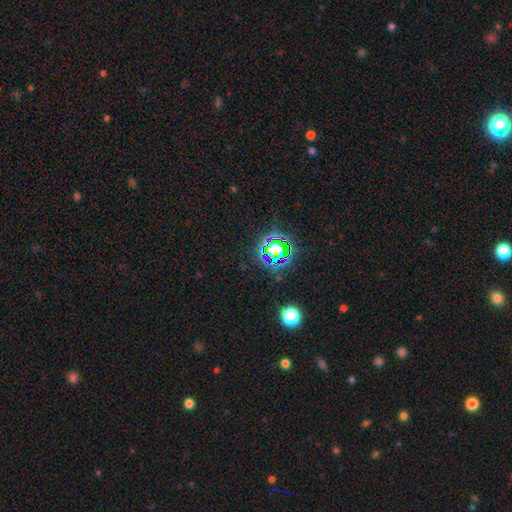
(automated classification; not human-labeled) smooth_or_featured: star or artifact (p=0.78) [alt: smooth p=0.15]